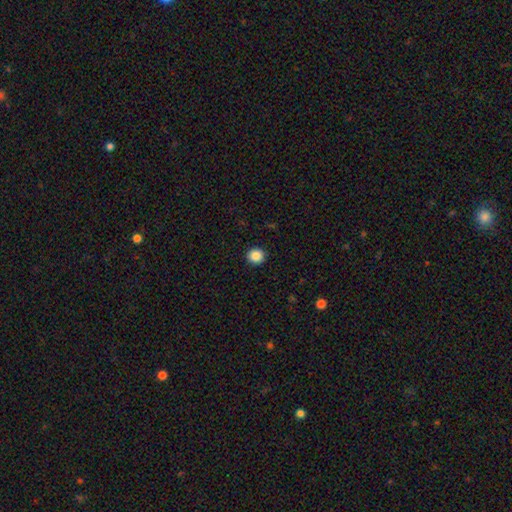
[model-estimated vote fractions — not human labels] A smooth galaxy with no disk features (88%) that is round (92%). Merging: none (93%).